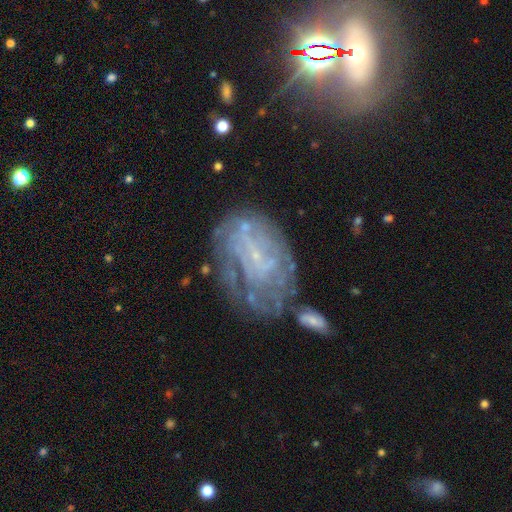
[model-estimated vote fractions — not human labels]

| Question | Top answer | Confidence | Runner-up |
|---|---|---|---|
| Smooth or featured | featured or disk | 70% | smooth (19%) |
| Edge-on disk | no | 96% | yes (4%) |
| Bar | no | 57% | weak (33%) |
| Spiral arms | yes | 63% | no (37%) |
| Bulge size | small | 65% | none (25%) |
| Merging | none | 46% | minor disturbance (24%) |